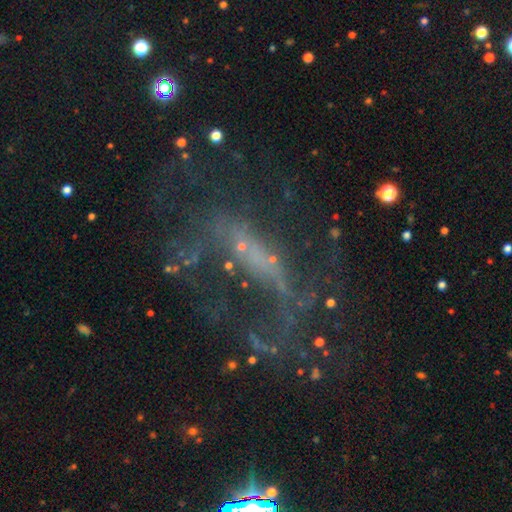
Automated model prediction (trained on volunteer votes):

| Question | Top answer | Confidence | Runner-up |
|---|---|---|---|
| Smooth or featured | featured or disk | 65% | star or artifact (23%) |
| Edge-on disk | no | 94% | yes (6%) |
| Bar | no | 62% | weak (24%) |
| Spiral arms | no | 58% | yes (42%) |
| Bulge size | none | 51% | small (39%) |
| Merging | none | 41% | major disturbance (38%) |